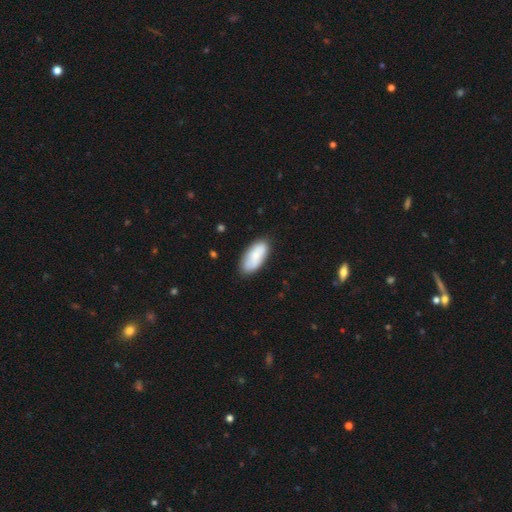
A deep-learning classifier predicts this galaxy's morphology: This appears to be a smooth galaxy with no disk features (77%) that is in between round and cigar-shaped (89%). Merging: none (78%).